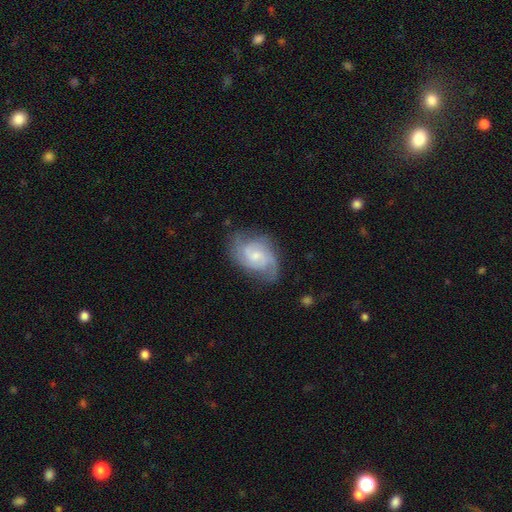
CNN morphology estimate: Overall: featured or disk (81%). Edge-on disk: no (97%). Bar: no (51%; weak 44%). Spiral arms: yes (96%). Spiral arm count: 2 (51%; 3 21%). Spiral winding: medium (49%; tight 34%). Bulge size: small (55%; moderate 37%). Merging: none (67%).